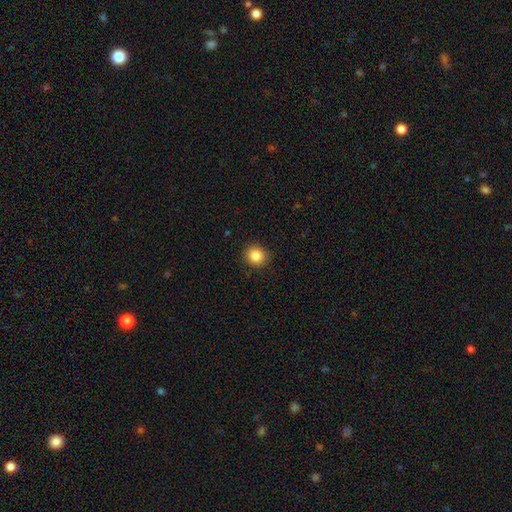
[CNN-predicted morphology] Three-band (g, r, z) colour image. It shows a smooth galaxy with no disk features (86%) that is round (86%). Merging: none (90%).